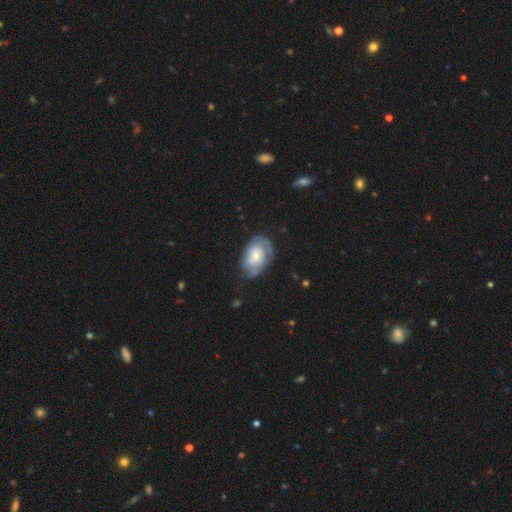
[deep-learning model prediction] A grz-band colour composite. It shows a featured or disk galaxy (62%) with no bar (79%), spiral arms (78%) and a small central bulge (47%). Merging: none (59%).